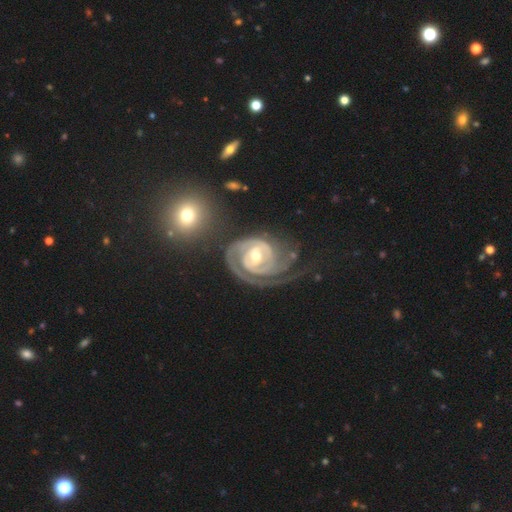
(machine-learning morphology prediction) A featured or disk galaxy (91%) with a weak bar (44%), 2 (44%) tight (72%) spiral arms (97%) and a moderate central bulge (61%).

Vote fractions:
- Smooth or featured? featured or disk: 91% / smooth: 5% / star or artifact: 4%
- Edge-on disk? no: 97% / yes: 3%
- Bar? weak: 44% / strong: 31% / no: 25%
- Spiral arms? yes: 97% / no: 3%
- Spiral winding? tight: 72% / medium: 22% / loose: 5%
- Spiral arm count? 2: 44% / 1: 17% / 3: 15% / can't tell: 15% / 4: 4% / more than 4: 4%
- Bulge size? moderate: 61% / small: 32% / large: 5% / none: 1% / dominant: 1%
- Merging? none: 46% / major disturbance: 26% / minor disturbance: 20% / merger: 7%